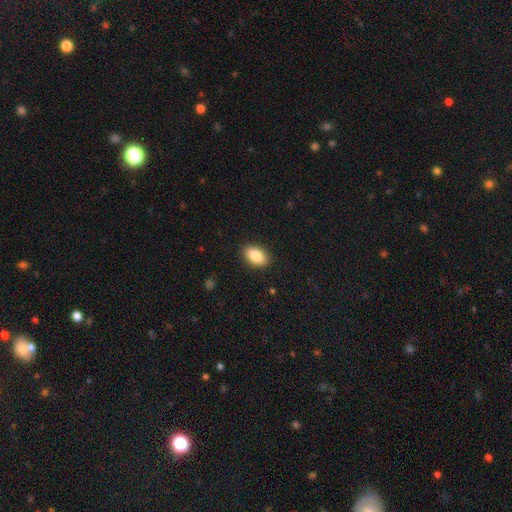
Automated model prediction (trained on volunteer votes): Smooth or featured: smooth — 86% (star or artifact — 7%)
How rounded: in between — 92% (round — 7%)
Merging: none — 89% (minor disturbance — 8%)